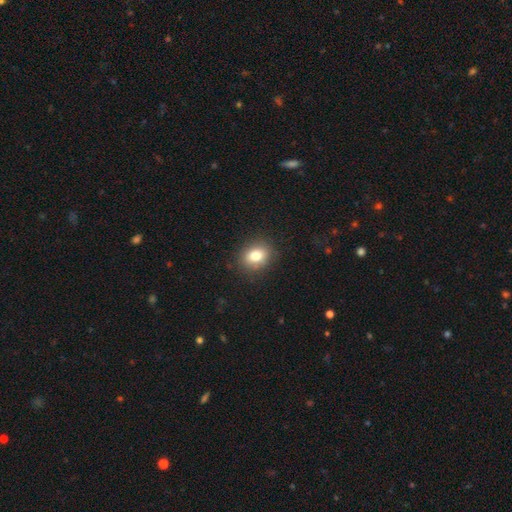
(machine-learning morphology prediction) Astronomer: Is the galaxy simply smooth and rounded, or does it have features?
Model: smooth — 80%.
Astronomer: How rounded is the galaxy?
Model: in between — 50% (runner-up: round, 49%).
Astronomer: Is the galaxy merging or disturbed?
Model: none — 86%.